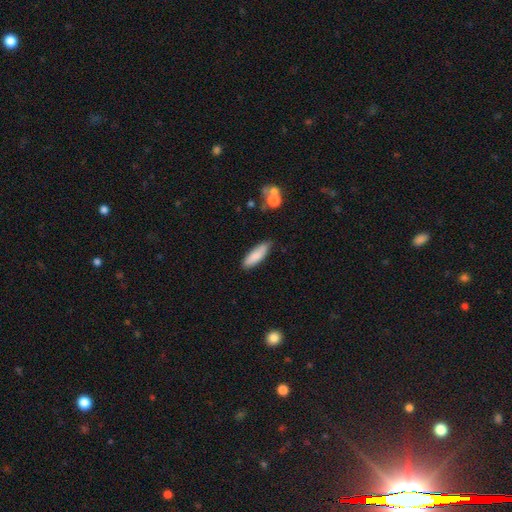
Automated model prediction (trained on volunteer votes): smooth-or-featured: smooth: 84% | featured or disk: 10% | star or artifact: 6%
  how-rounded: in between: 49% (tied) | cigar-shaped: 49% (tied) | round: 2%
  merging: none: 81% | minor disturbance: 14% | major disturbance: 2% | merger: 2%